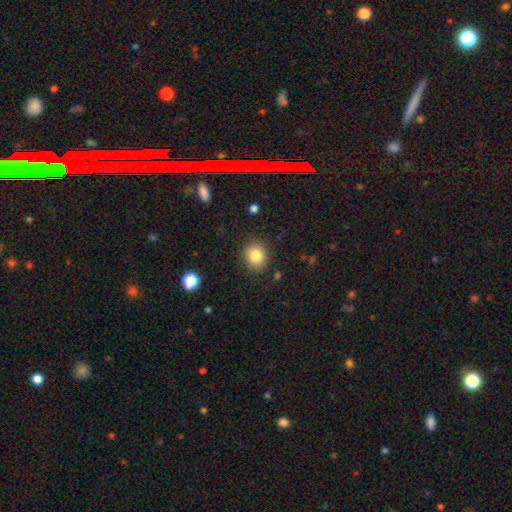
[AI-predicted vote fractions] This appears to be a smooth galaxy with no disk features (82%) that is round (73%). Merging: none (88%).